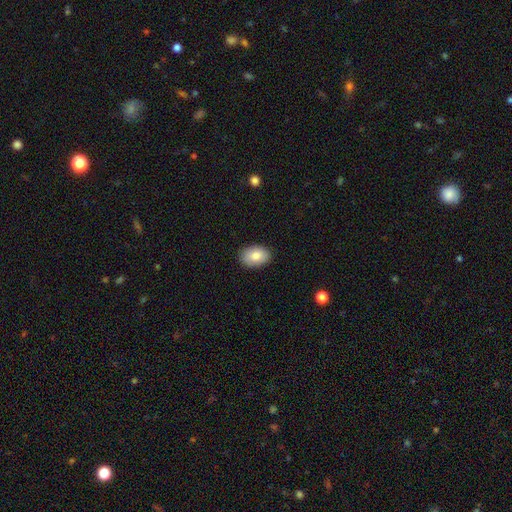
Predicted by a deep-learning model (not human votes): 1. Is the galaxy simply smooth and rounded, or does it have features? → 84% smooth, 10% featured or disk, 7% star or artifact.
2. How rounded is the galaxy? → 85% in between, 14% round, 1% cigar-shaped.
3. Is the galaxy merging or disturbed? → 88% none, 9% minor disturbance, 2% major disturbance, 1% merger.